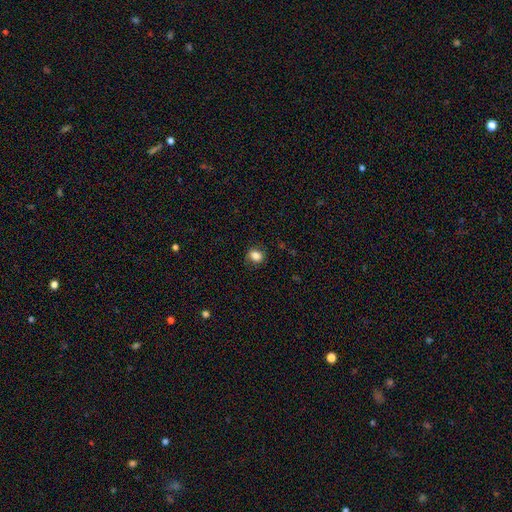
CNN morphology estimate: Q: Smooth or featured?
A: smooth (84%); runner-up: star or artifact (10%)
Q: How rounded?
A: round (57%); runner-up: in between (42%)
Q: Merging?
A: none (83%); runner-up: minor disturbance (13%)